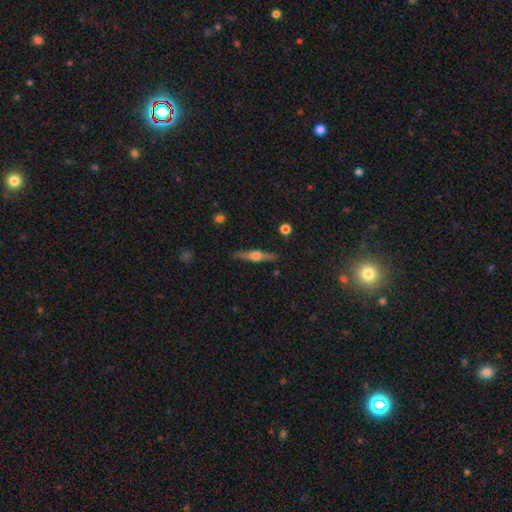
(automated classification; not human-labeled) The model was most divided on "smooth or featured": featured or disk: 74%, smooth: 20%, star or artifact: 6%. More confident: edge-on disk — yes (98%); edge-on bulge — rounded (94%); merging — none (89%).